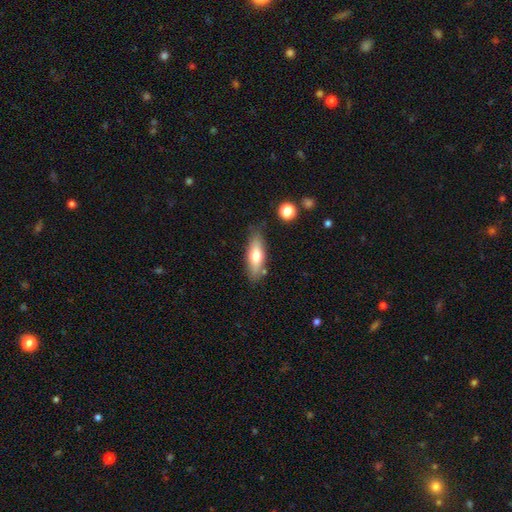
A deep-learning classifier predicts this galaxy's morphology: smooth_or_featured: smooth (p=0.65) [alt: featured or disk p=0.29]
how_rounded: in between (p=0.56) [alt: cigar-shaped p=0.42]
merging: none (p=0.79) [alt: minor disturbance p=0.15]